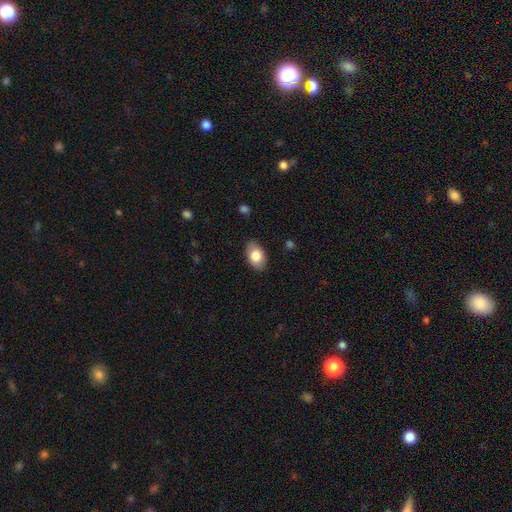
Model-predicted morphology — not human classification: The model was most divided on "smooth or featured": smooth: 81%, featured or disk: 12%, star or artifact: 7%. More confident: how rounded — in between (90%); merging — none (85%).